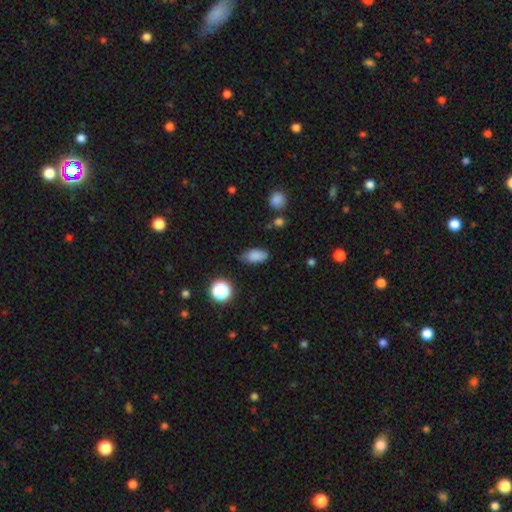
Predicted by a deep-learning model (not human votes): A smooth galaxy with no disk features (83%) that is in between round and cigar-shaped (88%). Merging: none (78%).